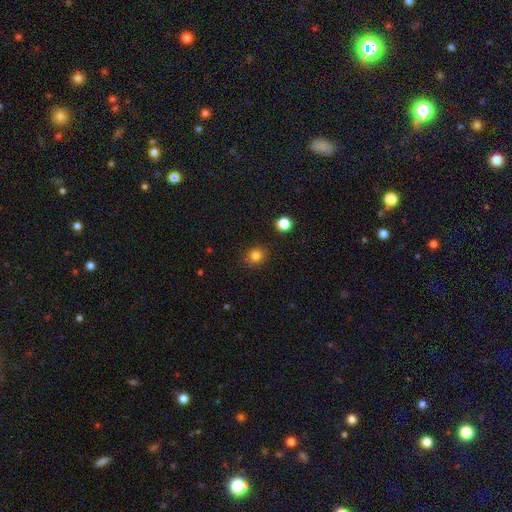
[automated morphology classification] Smooth or featured? smooth (82%)
How rounded? round (87%)
Merging? none (88%)